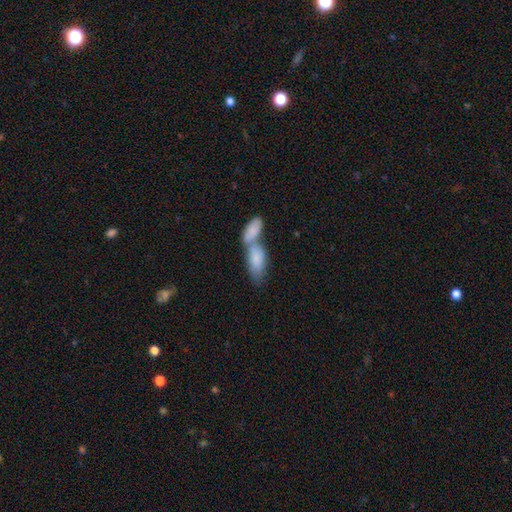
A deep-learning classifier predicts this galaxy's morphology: smooth_or_featured: smooth (p=0.77) [alt: featured or disk p=0.16]
how_rounded: in between (p=0.82) [alt: cigar-shaped p=0.15]
merging: merger (p=0.71) [alt: none p=0.19]